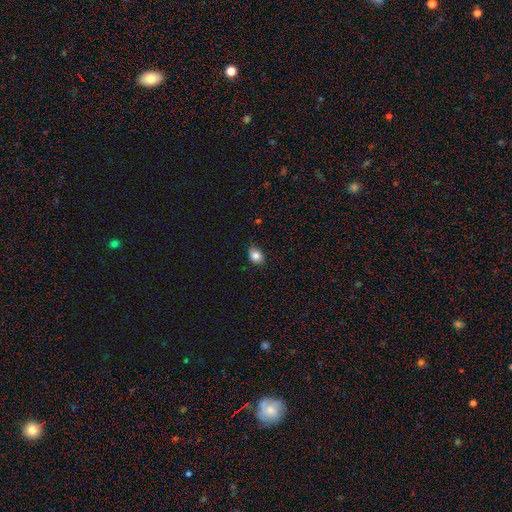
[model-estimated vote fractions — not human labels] The model was most divided on "how rounded": in between: 60%, round: 39%, cigar-shaped: 1%. More confident: smooth or featured — smooth (84%); merging — none (80%).